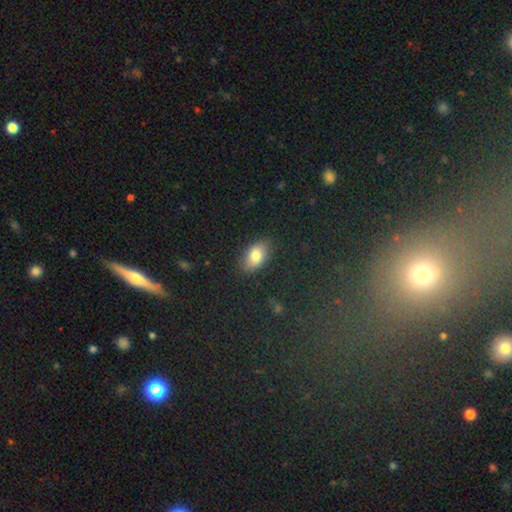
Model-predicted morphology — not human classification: This is likely a smooth galaxy (80%). How rounded: clearly in between (90%). Merging: clearly none (83%).